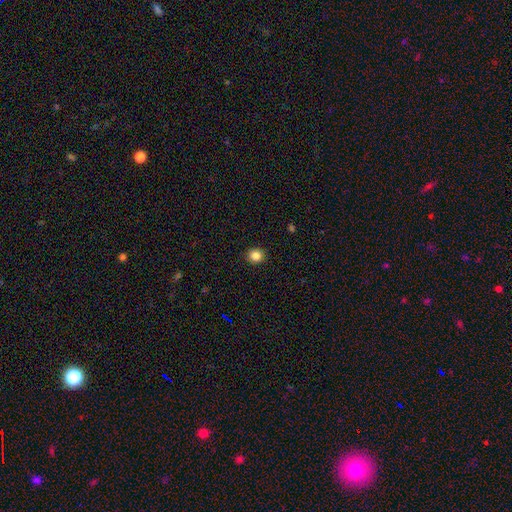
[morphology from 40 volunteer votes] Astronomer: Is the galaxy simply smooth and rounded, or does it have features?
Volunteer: smooth — 82%.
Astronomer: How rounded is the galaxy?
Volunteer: round — 94%.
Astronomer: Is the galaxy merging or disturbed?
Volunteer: none — 86%.